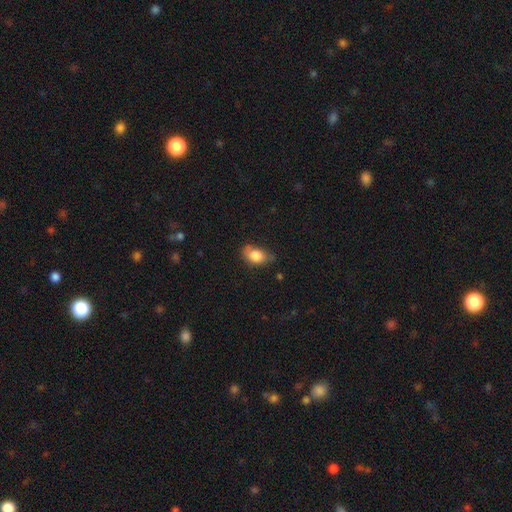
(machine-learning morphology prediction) smooth-or-featured: smooth: 81% | featured or disk: 11% | star or artifact: 7%
  how-rounded: in between: 85% | round: 13% | cigar-shaped: 2%
  merging: none: 52% | minor disturbance: 37% | major disturbance: 10% | merger: 2%